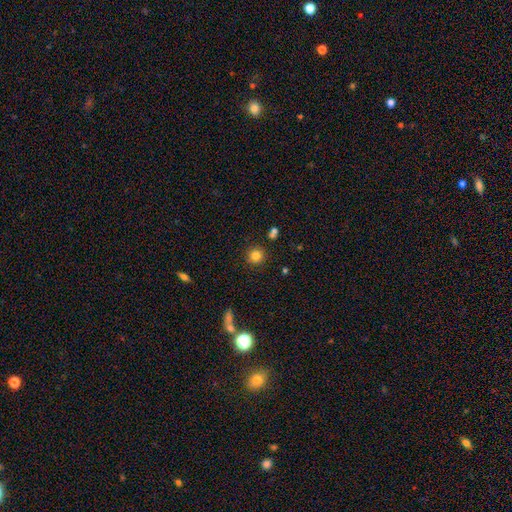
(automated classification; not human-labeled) Morphology: type=smooth (82%); roundness=round (93%); merging=none (88%).